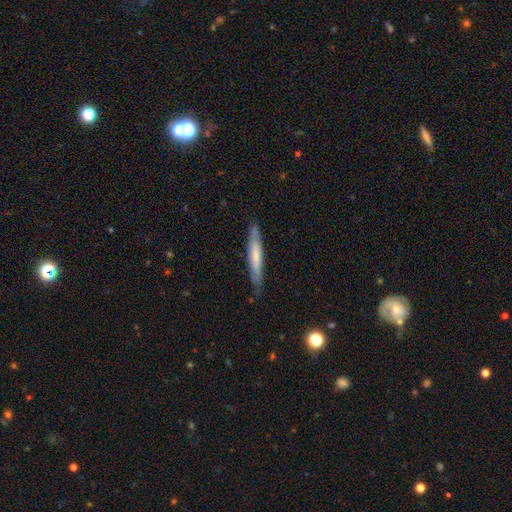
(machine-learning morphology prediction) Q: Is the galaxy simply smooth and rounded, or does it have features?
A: smooth — 57%.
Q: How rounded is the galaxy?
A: cigar-shaped — 93%.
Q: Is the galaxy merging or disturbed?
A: none — 83%.